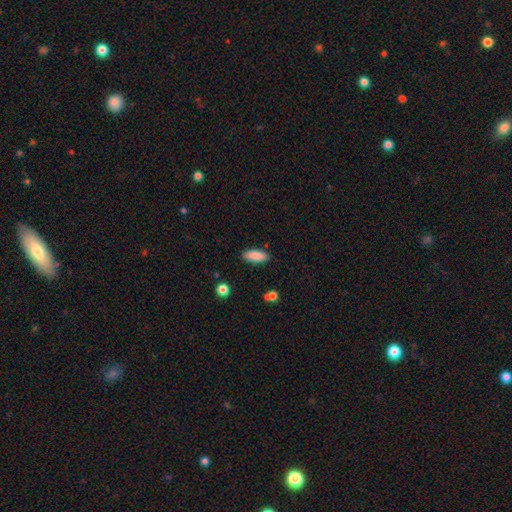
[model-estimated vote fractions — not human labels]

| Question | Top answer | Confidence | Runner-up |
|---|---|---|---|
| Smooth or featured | smooth | 87% | star or artifact (7%) |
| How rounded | in between | 79% | cigar-shaped (19%) |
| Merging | none | 87% | minor disturbance (9%) |